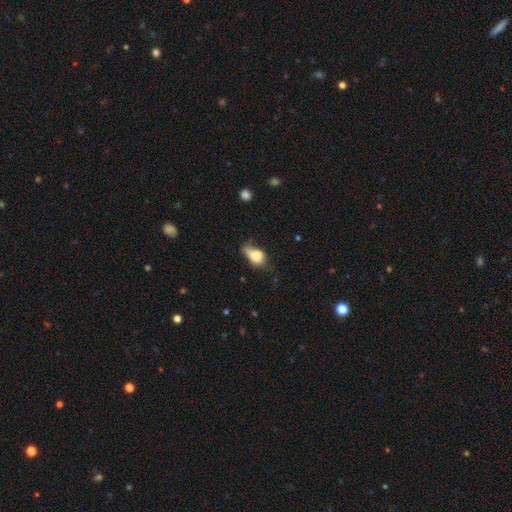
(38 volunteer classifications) smooth 66%, featured or disk 29%, star or artifact 5%. Down the decision tree: how rounded — in between (72%); merging — none (39%, tied with minor disturbance).